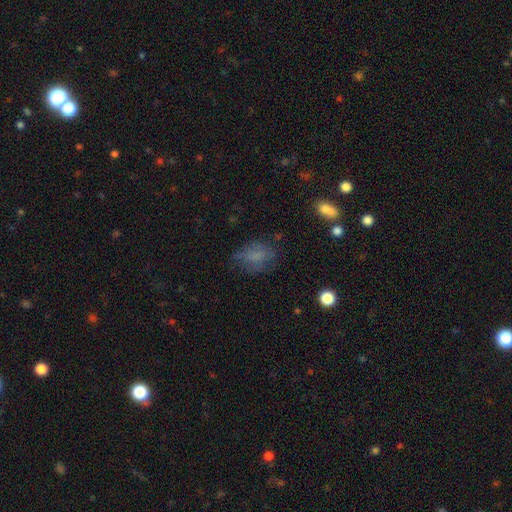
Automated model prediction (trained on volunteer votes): Smooth or featured? Predicted: smooth (p=0.63). How rounded? Predicted: in between (p=0.68). Merging? Predicted: none (p=0.58).